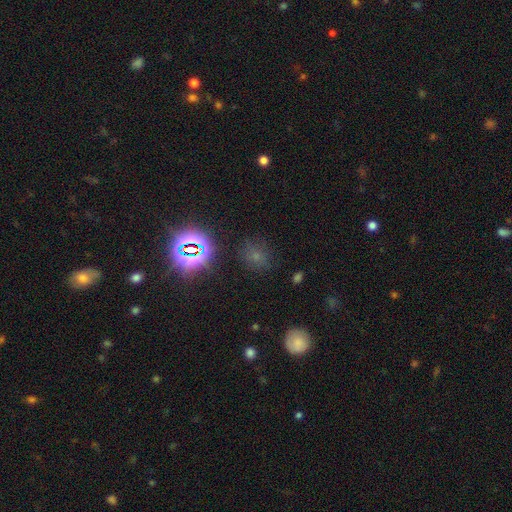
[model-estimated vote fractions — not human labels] Morphology: type=smooth (48%); merging=none (79%).